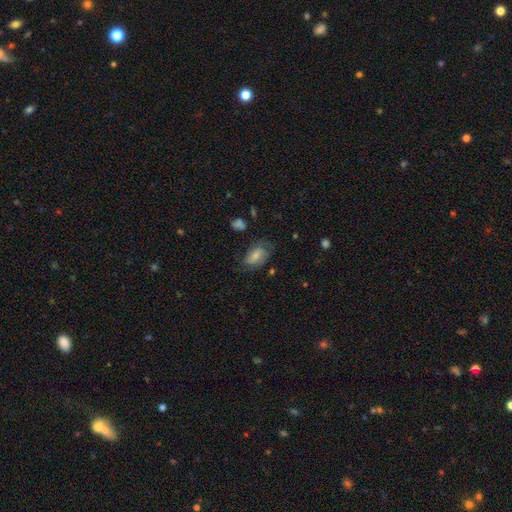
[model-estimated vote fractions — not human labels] Smooth or featured? smooth (56%)
How rounded? in between (87%)
Merging? none (58%)